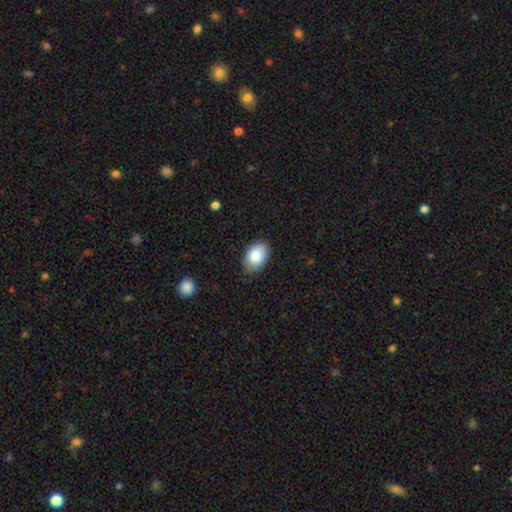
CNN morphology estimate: The model was most divided on "merging": none: 83%, minor disturbance: 13%, major disturbance: 2%, merger: 1%. More confident: how rounded — in between (88%); smooth or featured — smooth (88%).